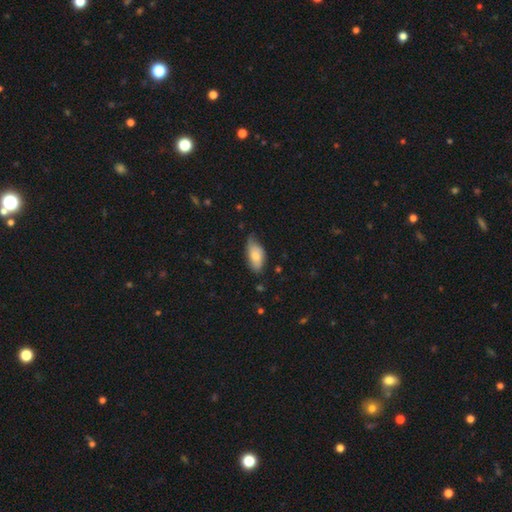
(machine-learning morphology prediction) Smooth or featured? smooth (72%)
How rounded? in between (91%)
Merging? none (55%)